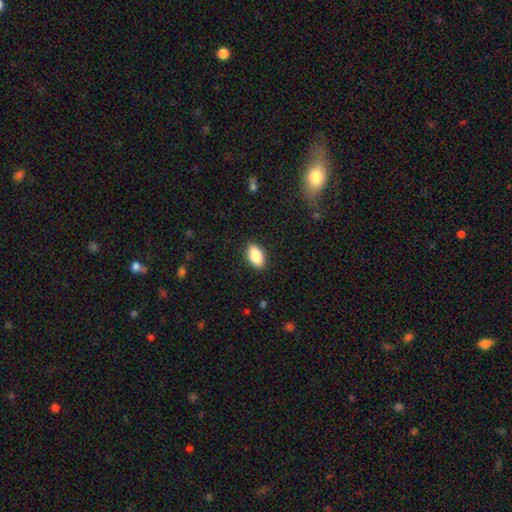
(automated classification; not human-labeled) Smooth or featured: smooth — 85% (featured or disk — 8%)
How rounded: in between — 92% (cigar-shaped — 4%)
Merging: none — 89% (minor disturbance — 8%)